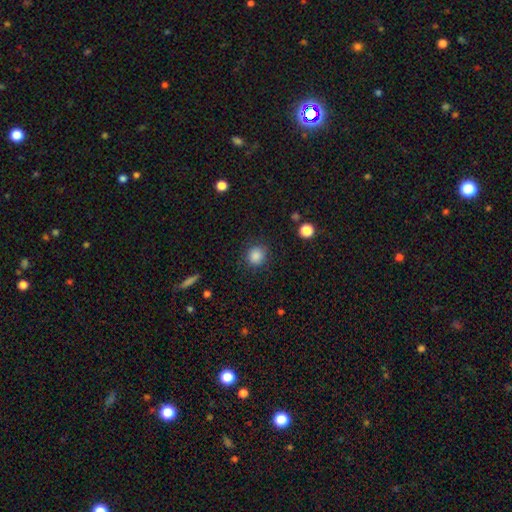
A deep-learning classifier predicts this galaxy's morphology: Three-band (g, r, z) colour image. It shows a smooth galaxy with no disk features (86%) that is round (87%). Merging: none (85%).